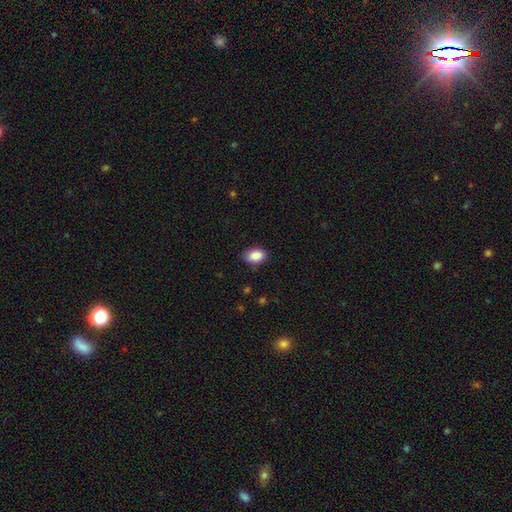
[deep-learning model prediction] This is clearly a smooth galaxy (88%). How rounded: clearly in between (86%). Merging: clearly none (83%).